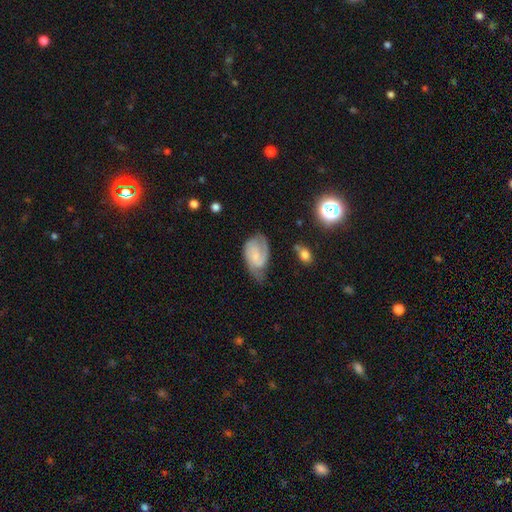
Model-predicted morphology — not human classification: smooth_or_featured: featured or disk (p=0.58) [alt: smooth p=0.34]
disk_edge_on: no (p=0.97) [alt: yes p=0.03]
bar: no (p=0.58) [alt: weak p=0.35]
has_spiral_arms: yes (p=0.87) [alt: no p=0.13]
bulge_size: small (p=0.52) [alt: none p=0.22]
merging: none (p=0.41) [alt: minor disturbance p=0.35]